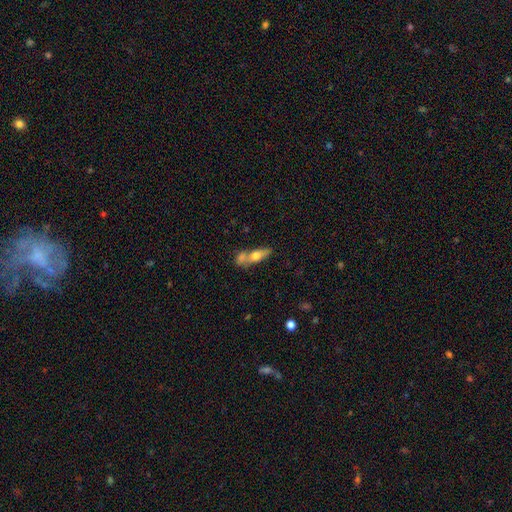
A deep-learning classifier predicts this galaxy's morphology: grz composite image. It shows a smooth galaxy with no disk features (59%) that is in between round and cigar-shaped (54%). Merging: merger (45%).